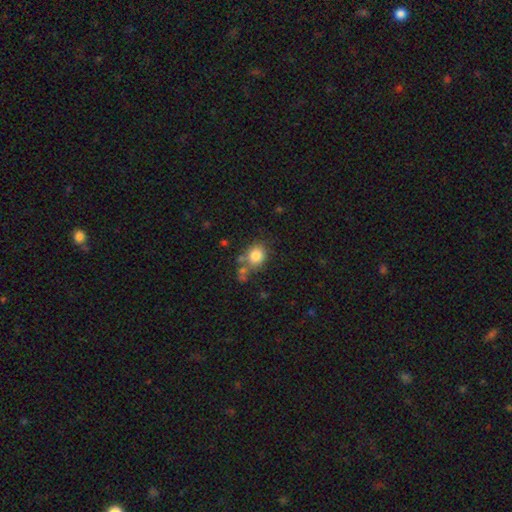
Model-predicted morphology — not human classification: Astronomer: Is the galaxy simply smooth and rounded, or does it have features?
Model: smooth — 81%.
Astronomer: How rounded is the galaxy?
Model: round — 67%.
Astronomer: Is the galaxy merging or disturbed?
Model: none — 60%.